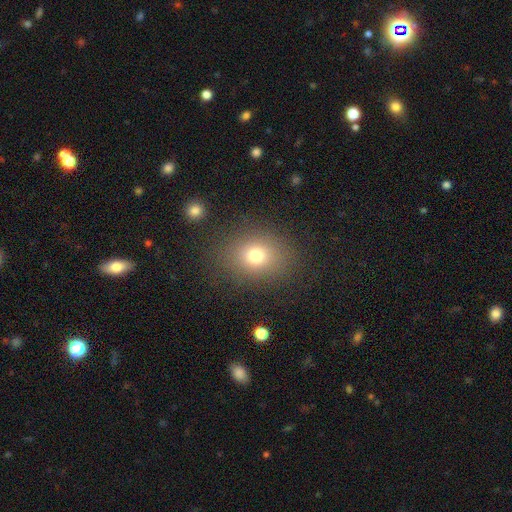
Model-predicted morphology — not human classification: This is likely a smooth galaxy (75%). How rounded: possibly round (53%). Merging: clearly none (84%).